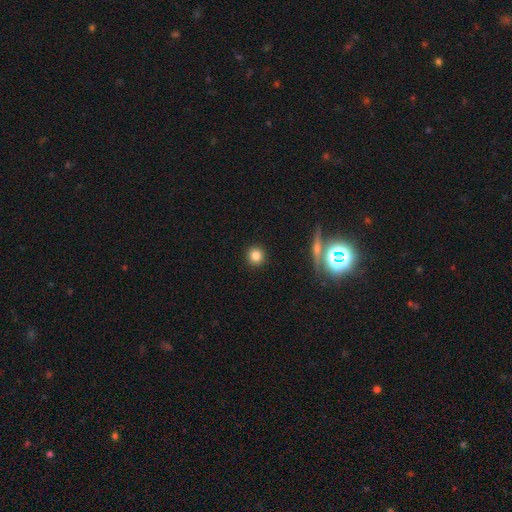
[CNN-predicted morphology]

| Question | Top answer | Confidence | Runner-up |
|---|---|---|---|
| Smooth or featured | smooth | 82% | star or artifact (12%) |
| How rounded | round | 94% | in between (5%) |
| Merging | none | 92% | minor disturbance (5%) |